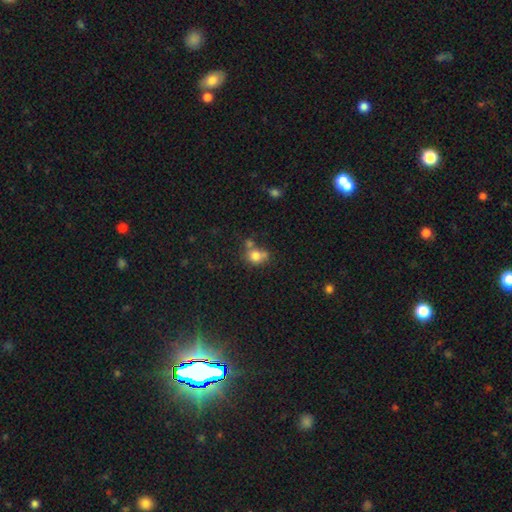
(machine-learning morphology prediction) smooth-or-featured: smooth: 76% | featured or disk: 12% | star or artifact: 12%
  how-rounded: round: 67% | in between: 32% | cigar-shaped: 1%
  merging: none: 40% | merger: 35% | minor disturbance: 16% | major disturbance: 8%